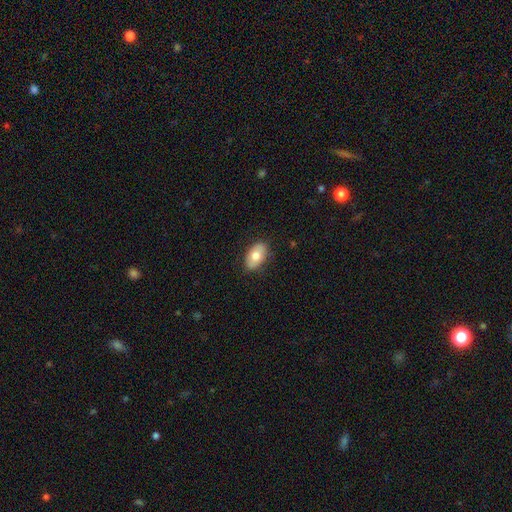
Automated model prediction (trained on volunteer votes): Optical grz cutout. It shows a smooth galaxy with no disk features (74%) that is in between round and cigar-shaped (92%). Merging: none (85%).